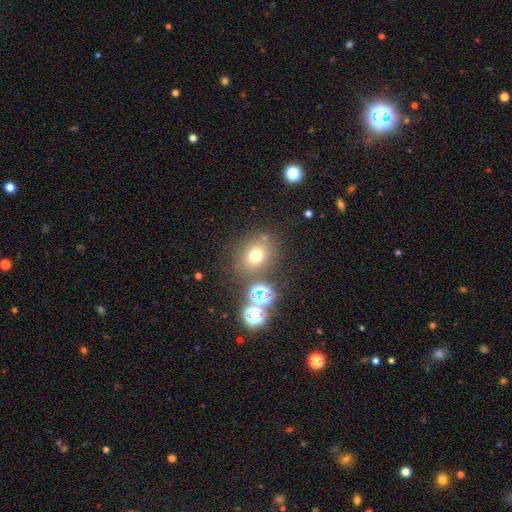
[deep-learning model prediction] Q: Smooth or featured?
A: smooth (68%); runner-up: star or artifact (22%)
Q: How rounded?
A: round (62%); runner-up: in between (37%)
Q: Merging?
A: none (74%); runner-up: minor disturbance (11%)